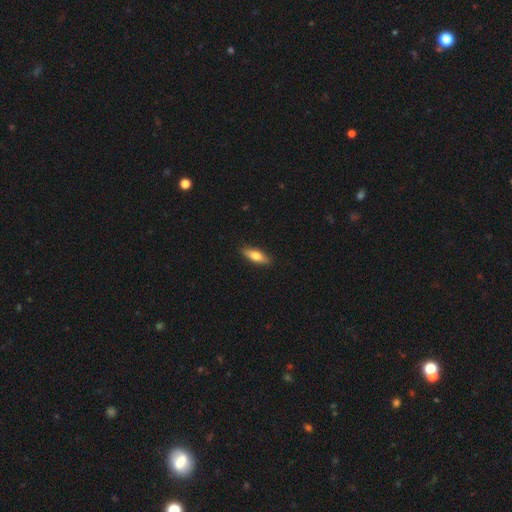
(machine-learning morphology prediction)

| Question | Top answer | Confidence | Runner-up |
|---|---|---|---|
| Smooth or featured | smooth | 68% | featured or disk (26%) |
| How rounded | in between | 56% | cigar-shaped (41%) |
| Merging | none | 89% | minor disturbance (8%) |